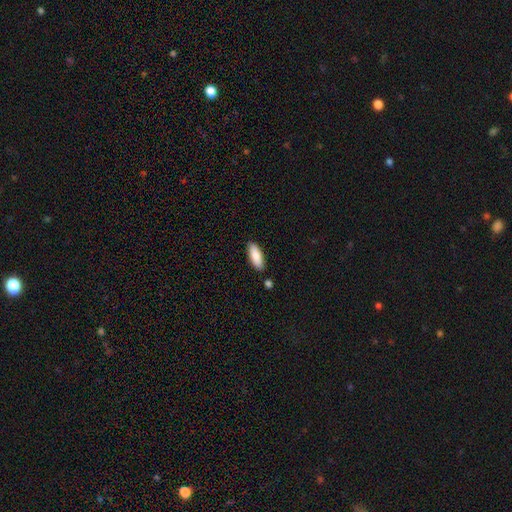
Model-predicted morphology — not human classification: Smooth or featured? Predicted: smooth (p=0.86). How rounded? Predicted: in between (p=0.71). Merging? Predicted: none (p=0.86).